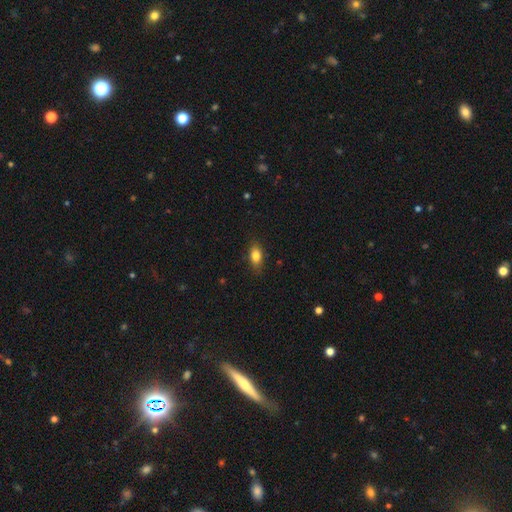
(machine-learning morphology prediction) A smooth galaxy with no disk features (82%) that is in between round and cigar-shaped (82%).

Vote fractions:
- Smooth or featured? smooth: 82% / featured or disk: 10% / star or artifact: 8%
- How rounded? in between: 82% / round: 11% / cigar-shaped: 7%
- Merging? none: 81% / minor disturbance: 15% / major disturbance: 3% / merger: 1%